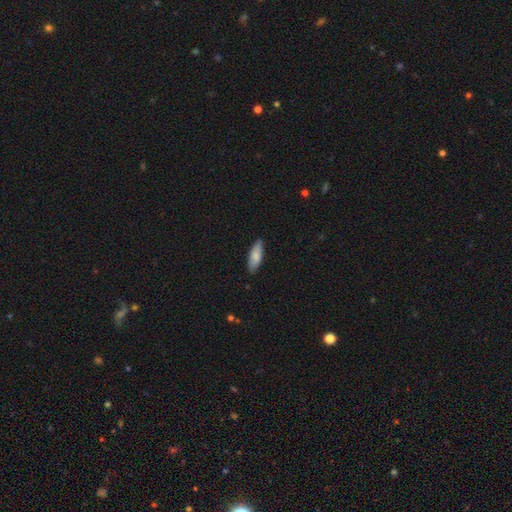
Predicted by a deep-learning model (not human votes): Smooth or featured?
  - smooth: 77% *
  - featured or disk: 18%
  - star or artifact: 6%
How rounded?
  - in between: 61% *
  - cigar-shaped: 37%
  - round: 2%
Merging?
  - none: 86% *
  - minor disturbance: 11%
  - major disturbance: 2%
  - merger: 1%